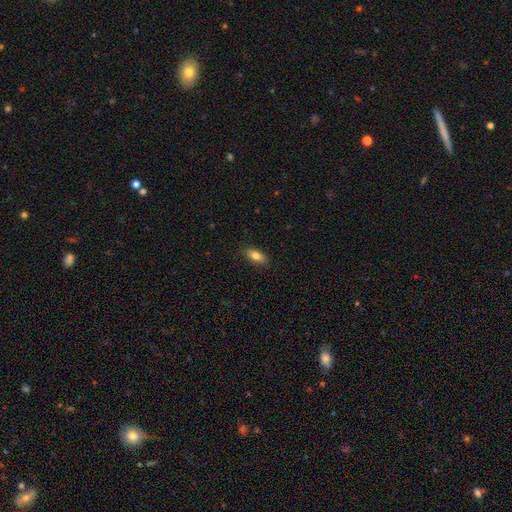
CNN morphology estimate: smooth_or_featured: smooth (p=0.78) [alt: featured or disk p=0.15]
how_rounded: in between (p=0.82) [alt: cigar-shaped p=0.15]
merging: none (p=0.86) [alt: minor disturbance p=0.11]